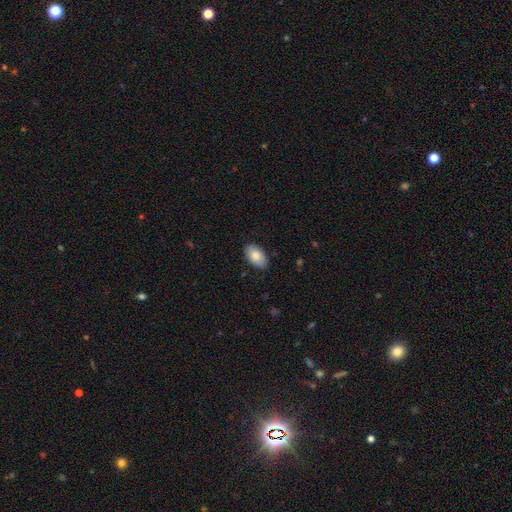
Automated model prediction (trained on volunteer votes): smooth 83%, featured or disk 10%, star or artifact 6%. Down the decision tree: how rounded — in between (94%); merging — none (86%).